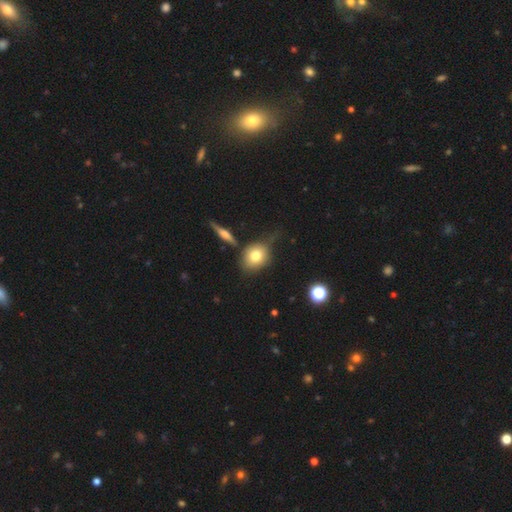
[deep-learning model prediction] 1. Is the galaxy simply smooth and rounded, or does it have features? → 75% smooth, 16% featured or disk, 9% star or artifact.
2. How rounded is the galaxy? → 63% round, 35% in between, 2% cigar-shaped.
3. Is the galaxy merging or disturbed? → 60% none, 21% minor disturbance, 10% merger, 9% major disturbance.